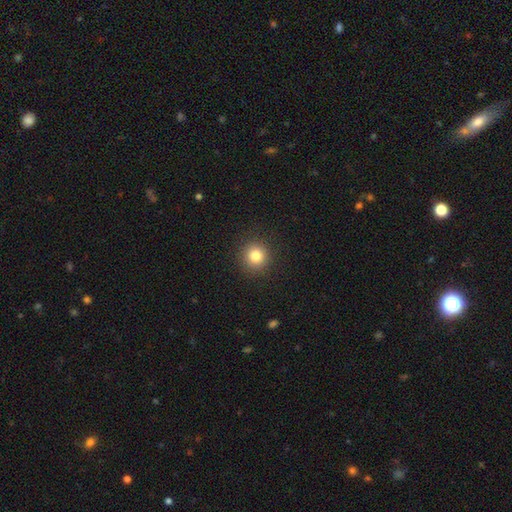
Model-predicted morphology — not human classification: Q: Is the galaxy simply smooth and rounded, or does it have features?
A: smooth — 82%.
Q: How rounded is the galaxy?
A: round — 94%.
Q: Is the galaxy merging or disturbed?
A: none — 91%.